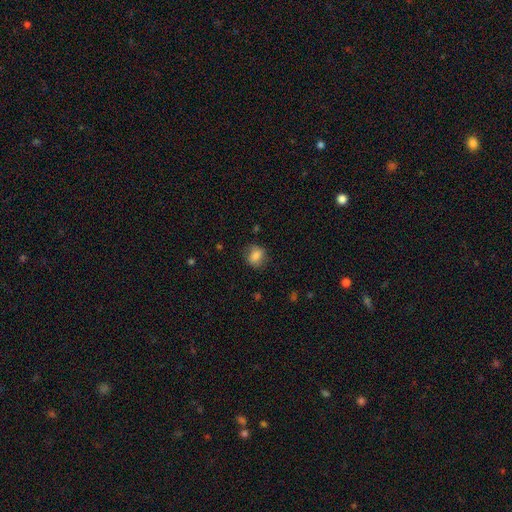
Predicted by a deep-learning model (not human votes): Smooth or featured?
  - smooth: 81% *
  - featured or disk: 10%
  - star or artifact: 9%
How rounded?
  - round: 56% *
  - in between: 43%
  - cigar-shaped: 1%
Merging?
  - none: 76% *
  - minor disturbance: 18%
  - major disturbance: 5%
  - merger: 1%